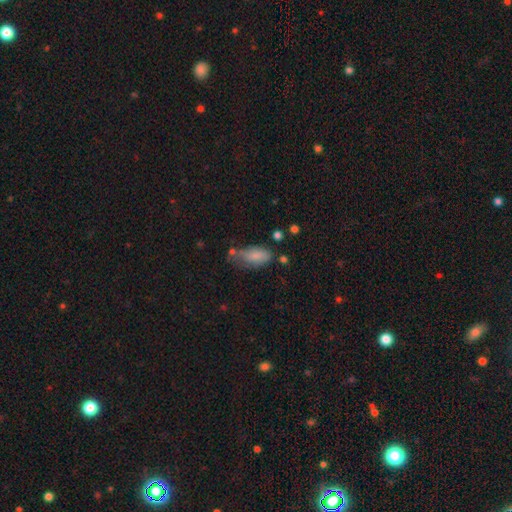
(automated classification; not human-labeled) The model was most divided on "merging": none: 43%, minor disturbance: 35%, major disturbance: 14%, merger: 8%. More confident: how rounded — in between (86%); smooth or featured — smooth (80%).